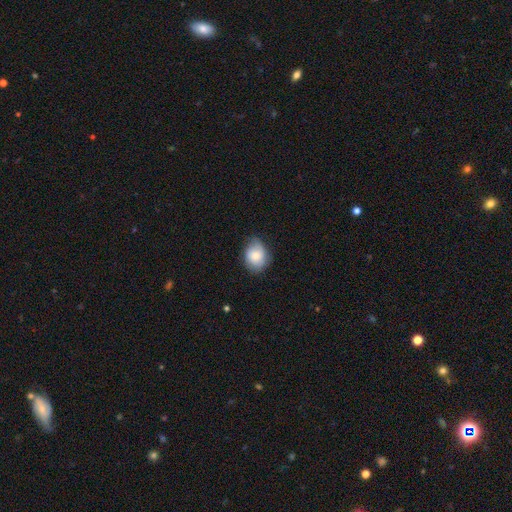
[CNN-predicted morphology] Smooth or featured?
  - smooth: 73% *
  - featured or disk: 19%
  - star or artifact: 8%
How rounded?
  - in between: 55% *
  - round: 44%
  - cigar-shaped: 1%
Merging?
  - none: 63% *
  - minor disturbance: 29%
  - major disturbance: 6%
  - merger: 1%